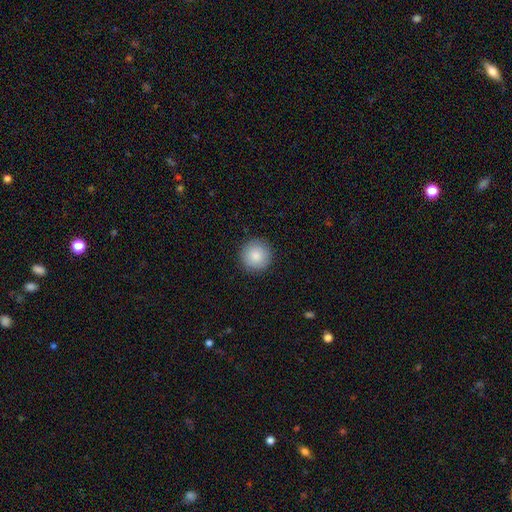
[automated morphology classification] This is clearly a smooth galaxy (84%). How rounded: clearly round (96%). Merging: clearly none (91%).